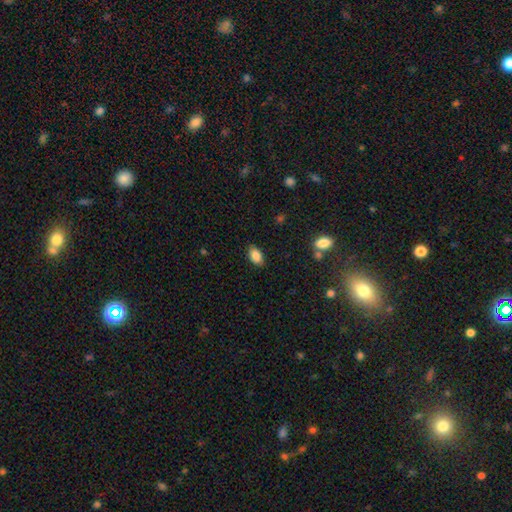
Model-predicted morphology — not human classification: Q: Smooth or featured?
A: smooth (87%); runner-up: star or artifact (8%)
Q: How rounded?
A: in between (91%); runner-up: round (8%)
Q: Merging?
A: none (86%); runner-up: minor disturbance (10%)